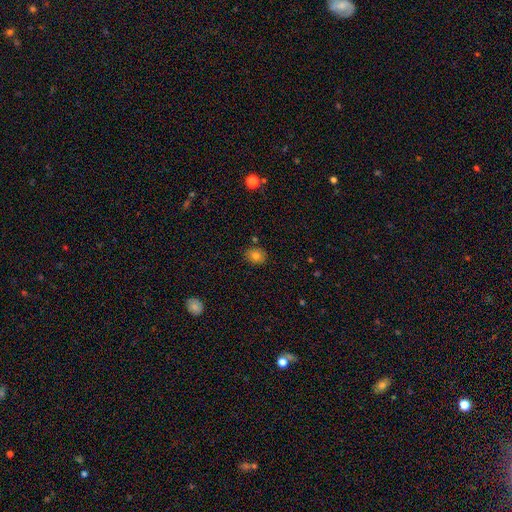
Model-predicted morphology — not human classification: type=smooth (78%); roundness=round (59%); merging=none (84%).